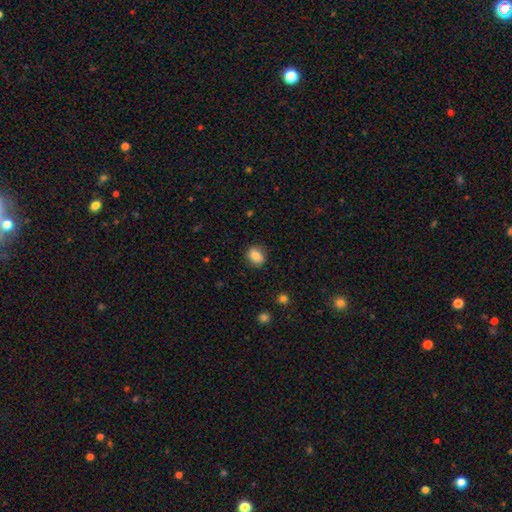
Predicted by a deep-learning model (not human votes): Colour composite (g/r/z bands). It shows a smooth galaxy with no disk features (83%) that is round (53%). Merging: none (85%).